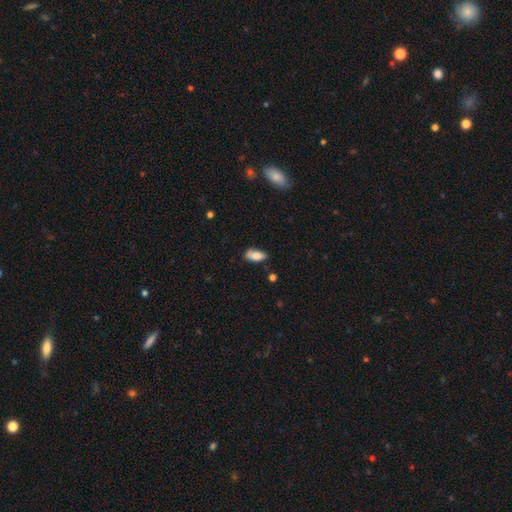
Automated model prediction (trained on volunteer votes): smooth-or-featured: smooth: 80% | featured or disk: 13% | star or artifact: 7%
  how-rounded: in between: 86% | cigar-shaped: 11% | round: 3%
  merging: none: 67% | minor disturbance: 25% | major disturbance: 5% | merger: 3%